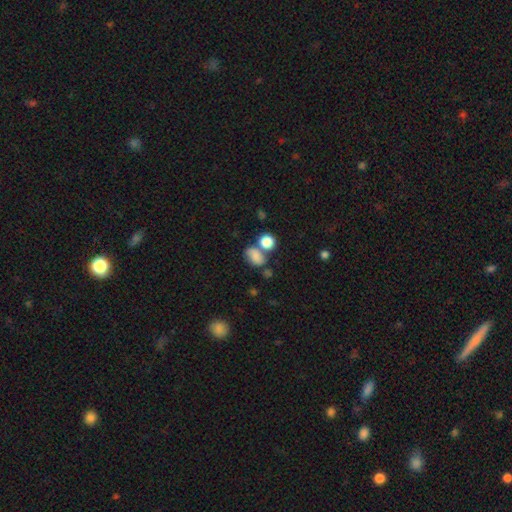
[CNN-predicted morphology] The model was most divided on "merging": none: 40%, merger: 32%, minor disturbance: 18%, major disturbance: 10%. More confident: smooth or featured — smooth (76%); how rounded — in between (68%).